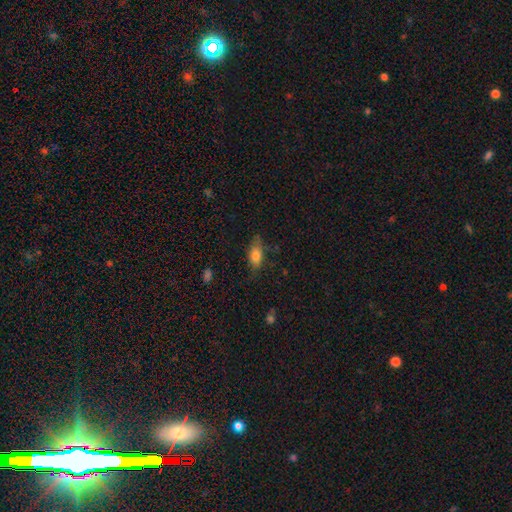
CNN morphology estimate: Q: Smooth or featured?
A: smooth (78%); runner-up: featured or disk (14%)
Q: How rounded?
A: in between (83%); runner-up: cigar-shaped (12%)
Q: Merging?
A: none (66%); runner-up: minor disturbance (24%)